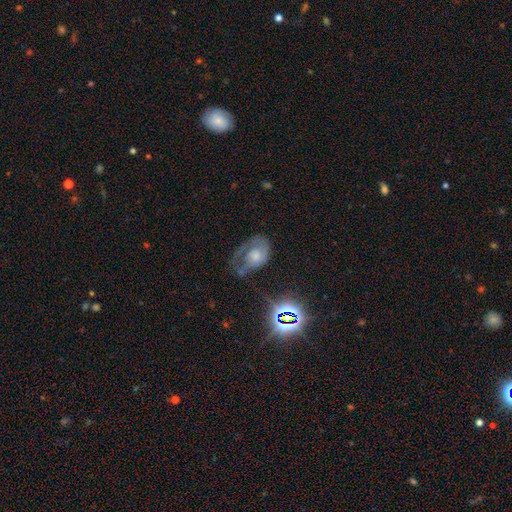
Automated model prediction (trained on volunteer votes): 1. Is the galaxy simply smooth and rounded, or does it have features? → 51% featured or disk, 35% smooth, 14% star or artifact.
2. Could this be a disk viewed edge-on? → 95% no, 5% yes.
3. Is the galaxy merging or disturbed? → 38% major disturbance, 32% none, 27% minor disturbance, 3% merger.